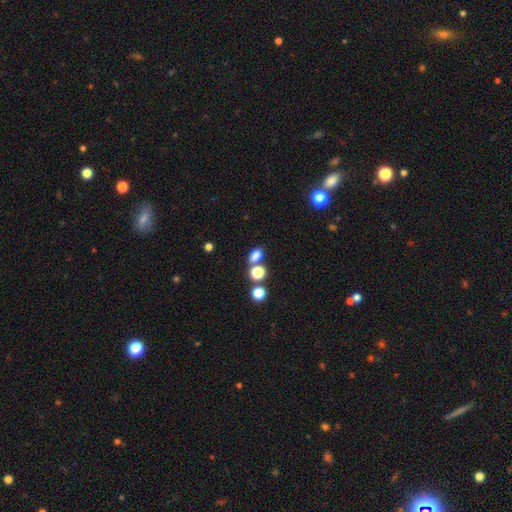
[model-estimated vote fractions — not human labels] smooth-or-featured: smooth: 78% | star or artifact: 16% | featured or disk: 7%
  how-rounded: in between: 73% | round: 25% | cigar-shaped: 2%
  merging: none: 61% | merger: 24% | minor disturbance: 11% | major disturbance: 4%